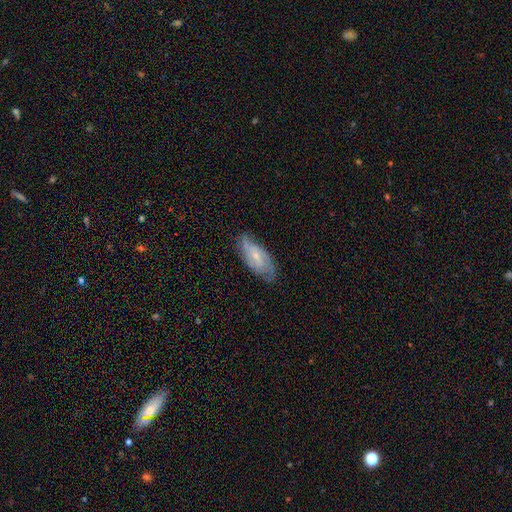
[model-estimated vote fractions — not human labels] Smooth or featured? featured or disk (69%)
Edge-on disk? no (92%)
Bar? weak (45%)
Spiral arms? yes (91%)
Spiral winding? medium (45%)
Spiral arm count? 2 (58%)
Bulge size? small (66%)
Merging? none (70%)